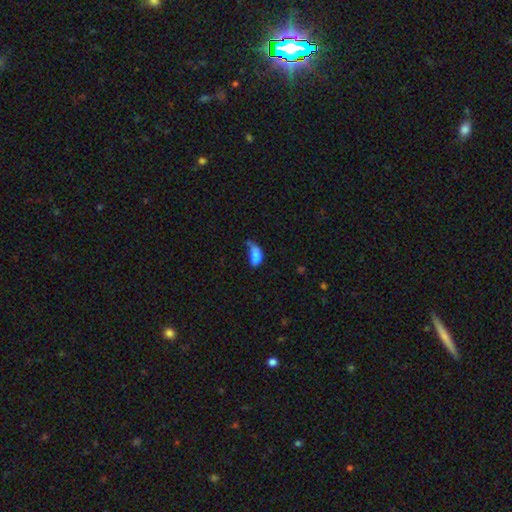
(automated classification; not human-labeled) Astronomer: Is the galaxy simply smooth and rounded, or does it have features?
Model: smooth — 76%.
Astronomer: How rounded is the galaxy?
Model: in between — 87%.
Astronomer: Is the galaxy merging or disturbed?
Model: minor disturbance — 31% (runner-up: major disturbance, 28%).